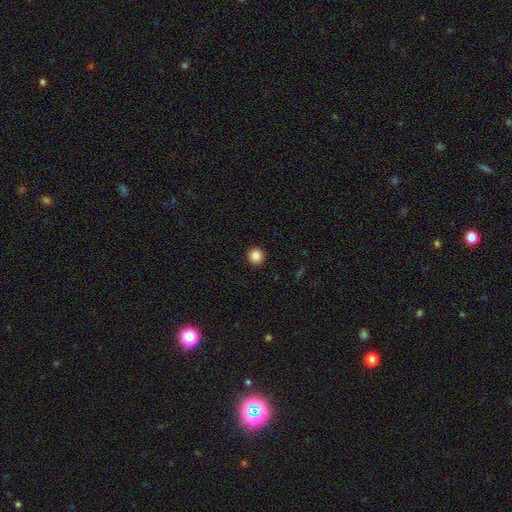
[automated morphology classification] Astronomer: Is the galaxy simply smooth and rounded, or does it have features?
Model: smooth — 85%.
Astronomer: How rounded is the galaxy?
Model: round — 95%.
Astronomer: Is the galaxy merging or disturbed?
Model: none — 94%.